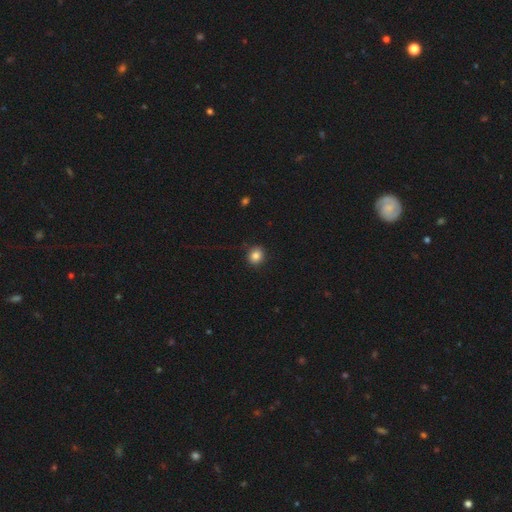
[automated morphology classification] This is clearly a smooth galaxy (84%). How rounded: likely round (79%). Merging: clearly none (87%).